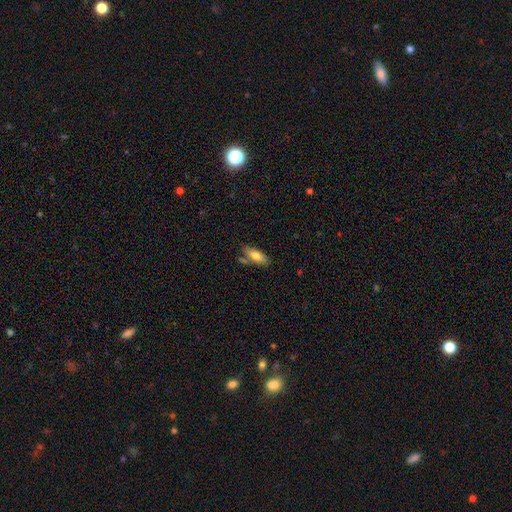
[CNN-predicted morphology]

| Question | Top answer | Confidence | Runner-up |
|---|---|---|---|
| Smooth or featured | smooth | 76% | featured or disk (18%) |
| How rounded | in between | 70% | cigar-shaped (27%) |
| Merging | none | 66% | minor disturbance (17%) |